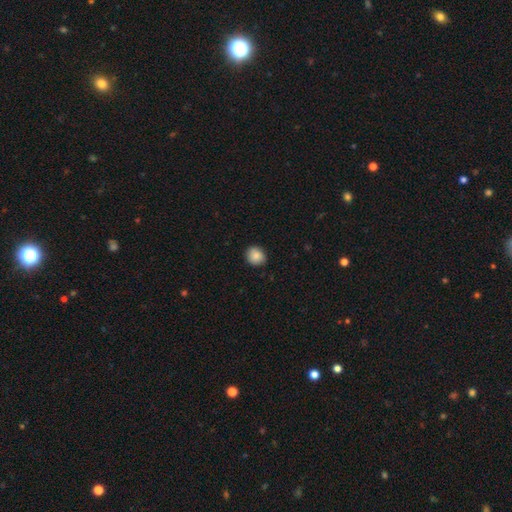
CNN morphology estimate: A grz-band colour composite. It shows a smooth galaxy with no disk features (87%) that is round (79%). Merging: none (88%).